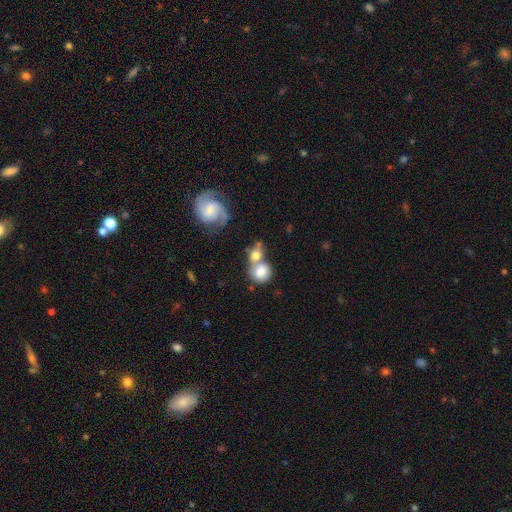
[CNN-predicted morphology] type=smooth (61%); roundness=round (75%); merging=merger (48%).